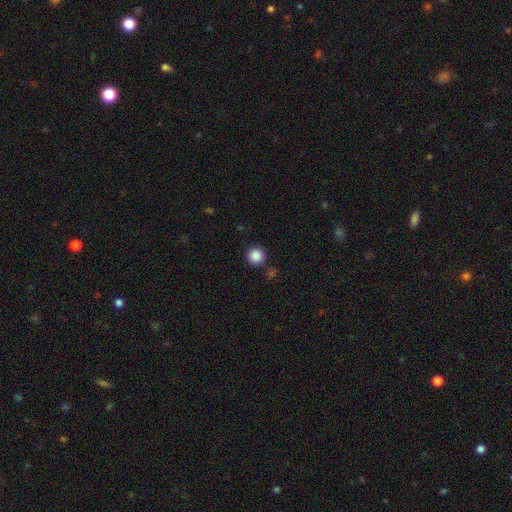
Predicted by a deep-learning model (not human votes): Q: Smooth or featured?
A: smooth (87%); runner-up: star or artifact (10%)
Q: How rounded?
A: round (95%); runner-up: in between (4%)
Q: Merging?
A: none (89%); runner-up: minor disturbance (6%)